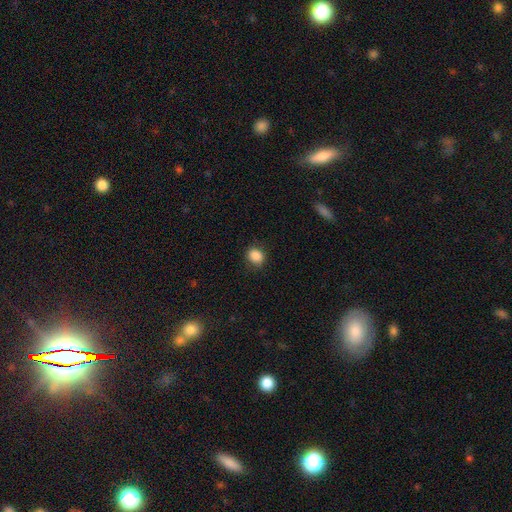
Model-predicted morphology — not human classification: The model was most divided on "how rounded": round: 63%, in between: 36%, cigar-shaped: 1%. More confident: smooth or featured — smooth (87%); merging — none (80%).